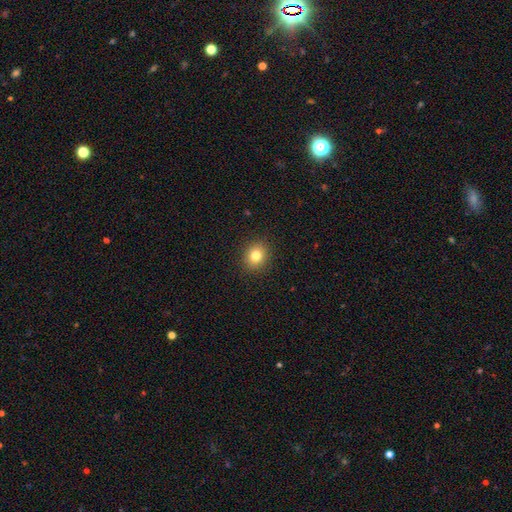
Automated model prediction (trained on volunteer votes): A smooth galaxy with no disk features (81%) that is round (73%). Merging: none (91%).